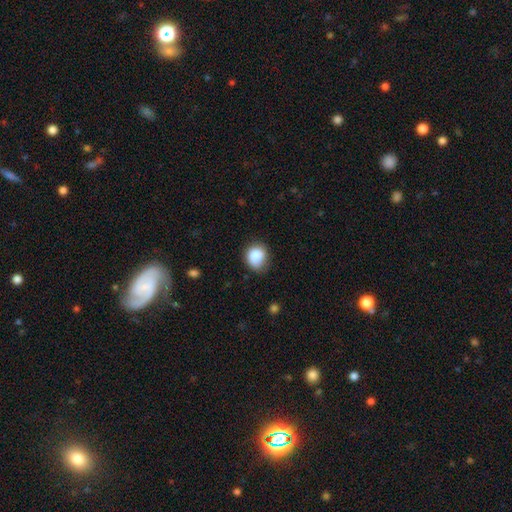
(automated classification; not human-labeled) Overall: smooth (85%). How rounded: round (69%; in between 30%). Merging: none (66%).